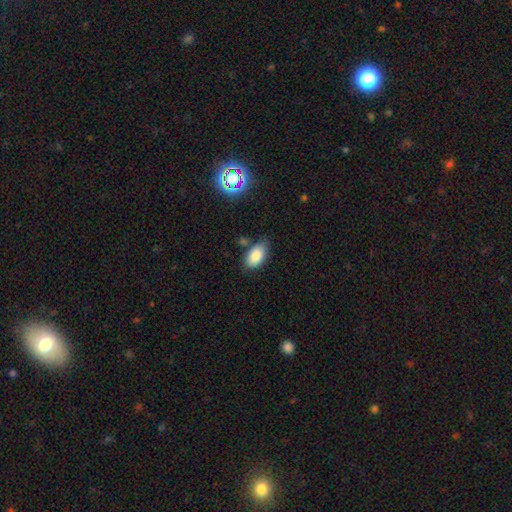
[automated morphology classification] Smooth or featured? Predicted: smooth (p=0.85). How rounded? Predicted: in between (p=0.94). Merging? Predicted: none (p=0.67).